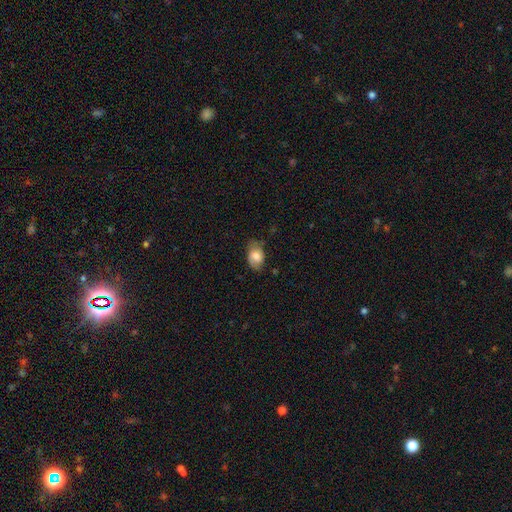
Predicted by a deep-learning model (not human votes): smooth 75%, featured or disk 17%, star or artifact 8%. Down the decision tree: how rounded — in between (86%); merging — none (66%).